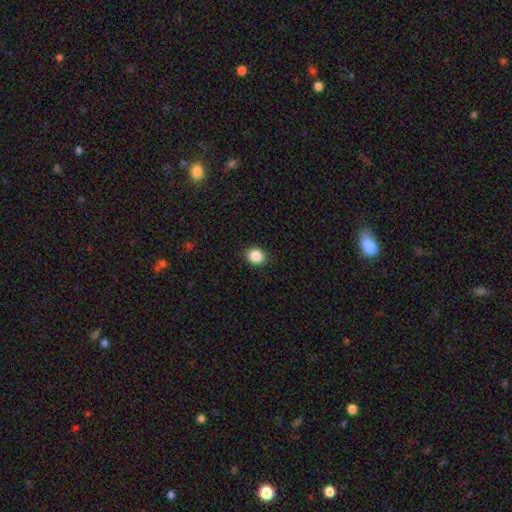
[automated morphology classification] Smooth or featured? smooth (87%)
How rounded? round (69%)
Merging? none (90%)